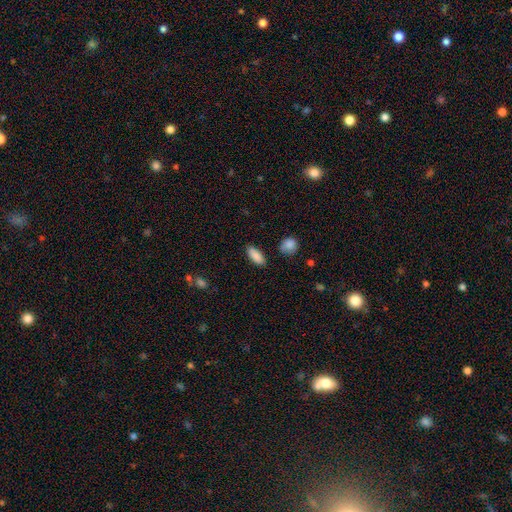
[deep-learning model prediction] Q: Smooth or featured?
A: smooth (88%); runner-up: star or artifact (7%)
Q: How rounded?
A: in between (80%); runner-up: cigar-shaped (17%)
Q: Merging?
A: none (83%); runner-up: minor disturbance (12%)